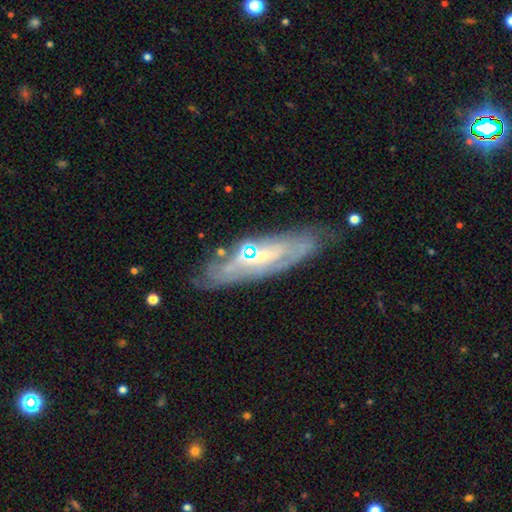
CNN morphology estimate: A featured or disk galaxy (73%) with no bar (52%), spiral arms (70%) and a small central bulge (62%). Merging: none (67%).